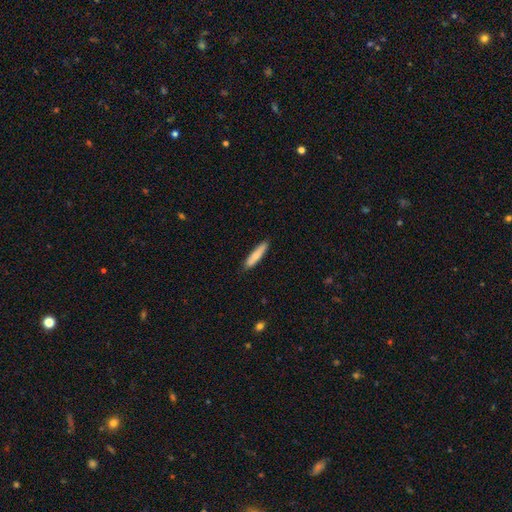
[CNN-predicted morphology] smooth 72%, featured or disk 22%, star or artifact 6%. Down the decision tree: how rounded — cigar-shaped (83%); merging — none (84%).